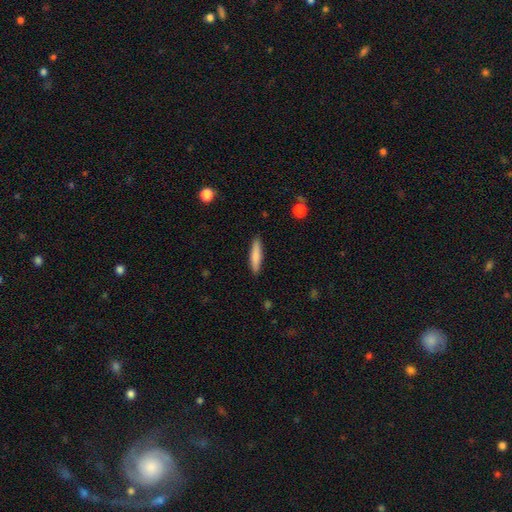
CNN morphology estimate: Smooth or featured? smooth (81%)
How rounded? cigar-shaped (86%)
Merging? none (90%)